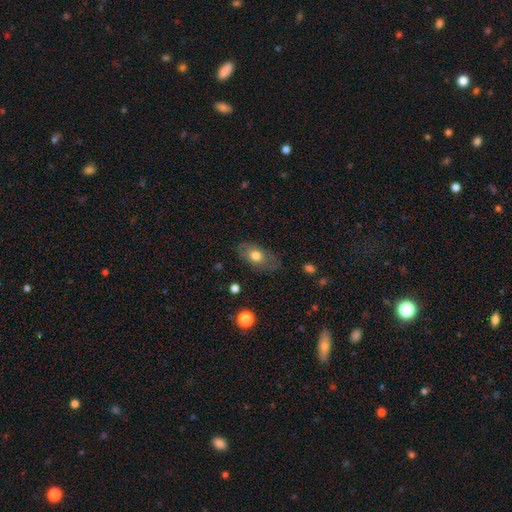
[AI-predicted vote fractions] Smooth or featured?
  - smooth: 66% *
  - featured or disk: 26%
  - star or artifact: 8%
How rounded?
  - in between: 87% *
  - round: 10%
  - cigar-shaped: 3%
Merging?
  - none: 75% *
  - minor disturbance: 18%
  - major disturbance: 6%
  - merger: 1%